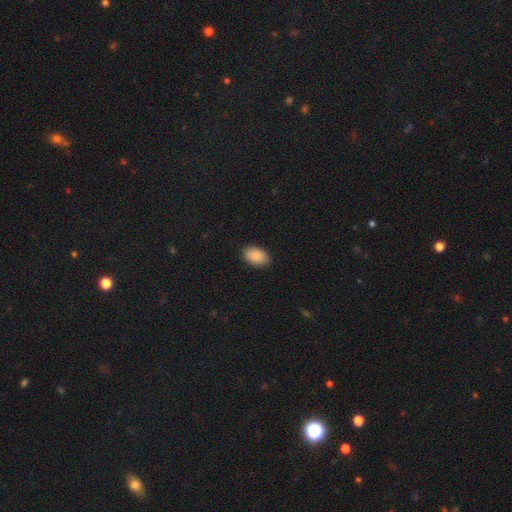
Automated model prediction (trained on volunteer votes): A smooth galaxy with no disk features (89%) that is in between round and cigar-shaped (88%).

Vote fractions:
- Smooth or featured? smooth: 89% / star or artifact: 7% / featured or disk: 4%
- How rounded? in between: 88% / round: 11% / cigar-shaped: 1%
- Merging? none: 87% / minor disturbance: 10% / major disturbance: 2% / merger: 1%